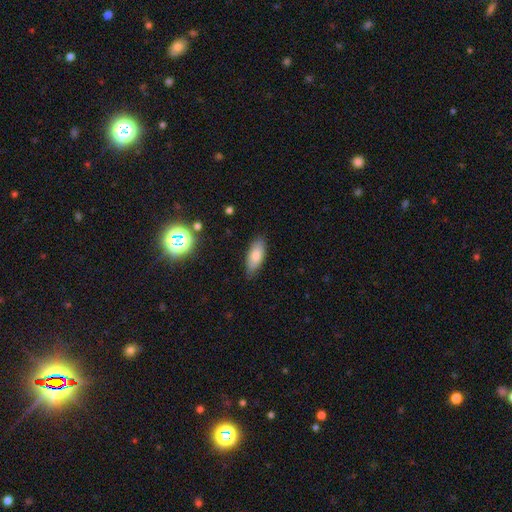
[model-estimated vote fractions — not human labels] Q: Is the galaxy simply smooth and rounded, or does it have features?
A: smooth — 78%.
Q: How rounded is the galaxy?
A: in between — 82%.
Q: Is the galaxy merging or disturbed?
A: none — 83%.